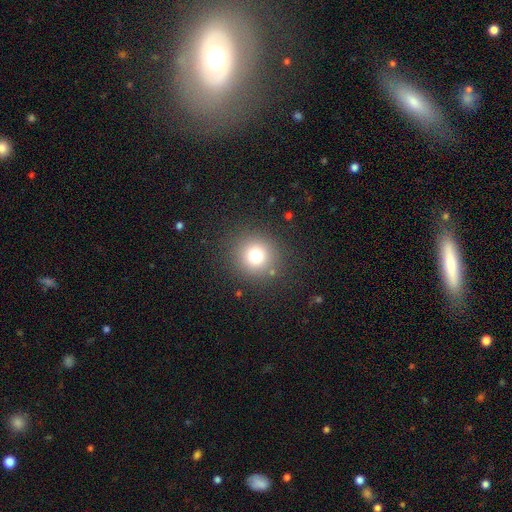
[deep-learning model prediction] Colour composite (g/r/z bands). It shows a smooth galaxy with no disk features (74%) that is round (93%). Merging: none (87%).